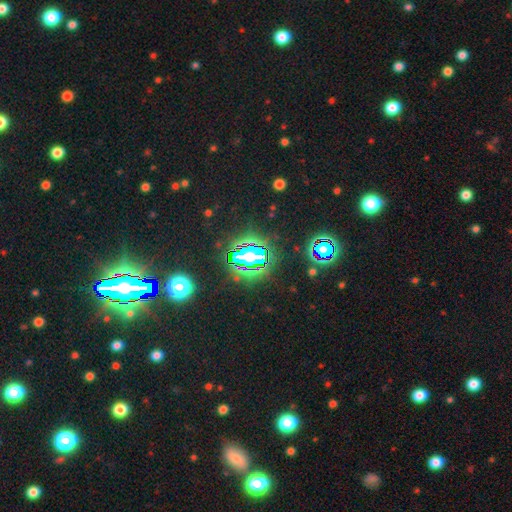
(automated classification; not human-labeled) A star or artifact, not a galaxy (81%).

Vote fractions:
- Smooth or featured? star or artifact: 81% / smooth: 13% / featured or disk: 7%